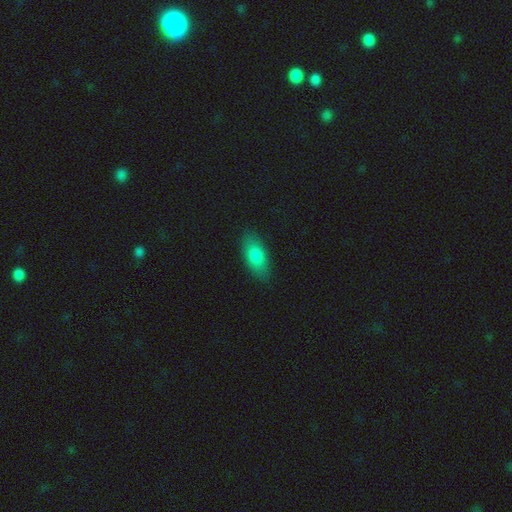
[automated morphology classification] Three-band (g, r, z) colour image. It shows a smooth galaxy with no disk features (83%) that is in between round and cigar-shaped (87%). Merging: none (85%).